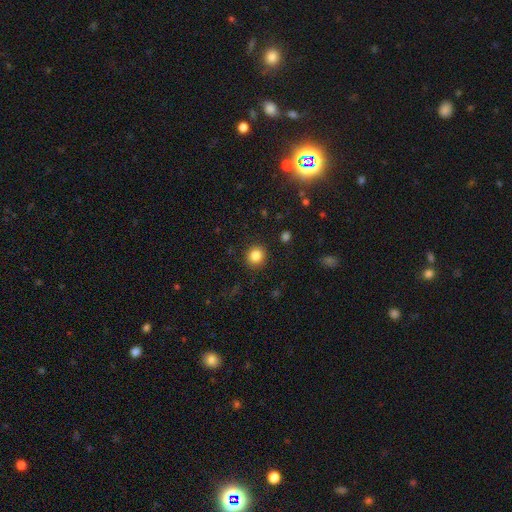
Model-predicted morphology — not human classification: Smooth or featured? Predicted: smooth (p=0.84). How rounded? Predicted: round (p=0.89). Merging? Predicted: none (p=0.90).